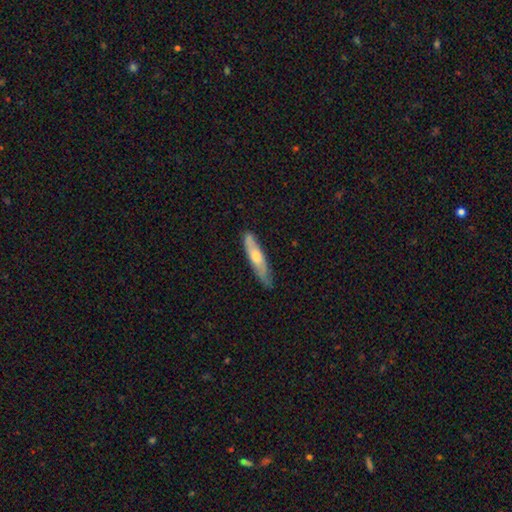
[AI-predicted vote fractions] A smooth galaxy with no disk features (54%) that is cigar-shaped (84%).

Vote fractions:
- Smooth or featured? smooth: 54% / featured or disk: 41% / star or artifact: 5%
- How rounded? cigar-shaped: 84% / in between: 14% / round: 1%
- Merging? none: 74% / minor disturbance: 21% / major disturbance: 3% / merger: 2%